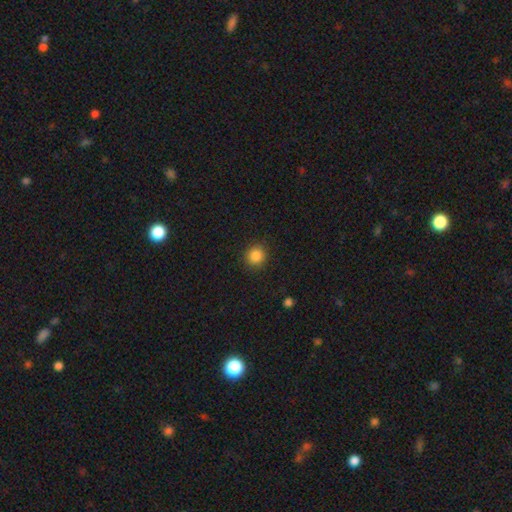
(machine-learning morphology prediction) smooth 85%, star or artifact 11%, featured or disk 4%. Down the decision tree: how rounded — round (89%); merging — none (90%).